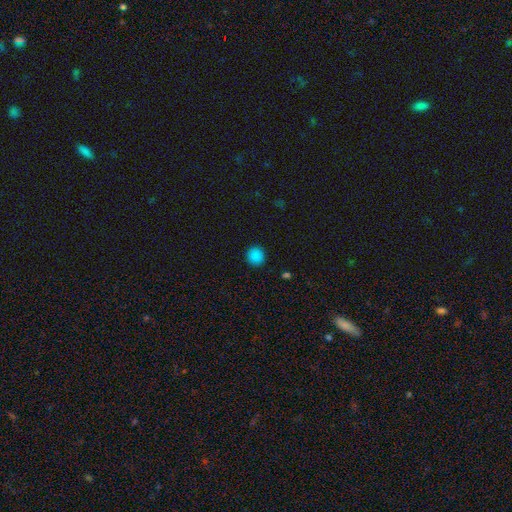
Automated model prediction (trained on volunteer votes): The model was most divided on "smooth or featured": smooth: 86%, star or artifact: 11%, featured or disk: 2%. More confident: how rounded — round (92%); merging — none (92%).